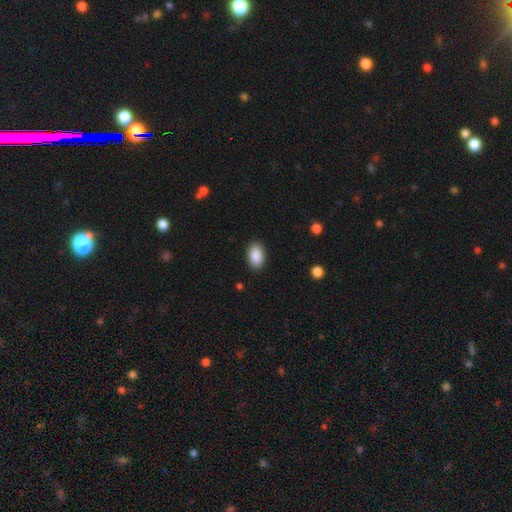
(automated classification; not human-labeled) A smooth galaxy with no disk features (90%) that is in between round and cigar-shaped (93%).

Vote fractions:
- Smooth or featured? smooth: 90% / star or artifact: 7% / featured or disk: 3%
- How rounded? in between: 93% / round: 5% / cigar-shaped: 1%
- Merging? none: 89% / minor disturbance: 8% / major disturbance: 2% / merger: 1%